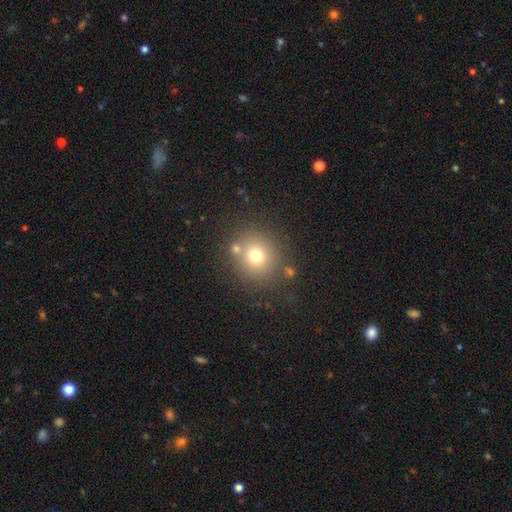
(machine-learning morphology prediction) Smooth or featured: smooth — 71% (star or artifact — 16%)
How rounded: round — 87% (in between — 12%)
Merging: none — 75% (merger — 11%)